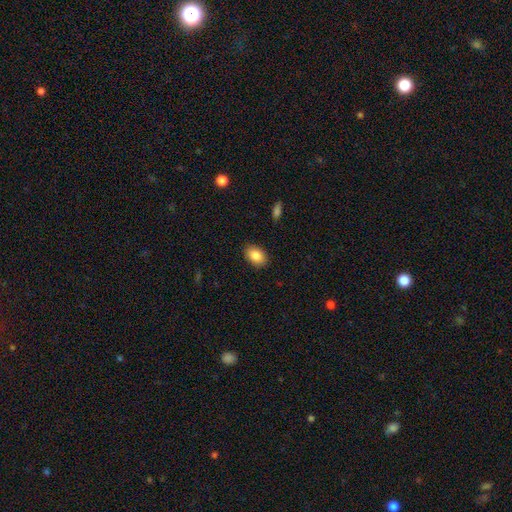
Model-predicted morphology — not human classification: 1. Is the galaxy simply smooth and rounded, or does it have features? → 86% smooth, 7% star or artifact, 7% featured or disk.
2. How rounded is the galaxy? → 85% in between, 14% round, 1% cigar-shaped.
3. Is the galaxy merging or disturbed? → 88% none, 9% minor disturbance, 2% major disturbance, 1% merger.